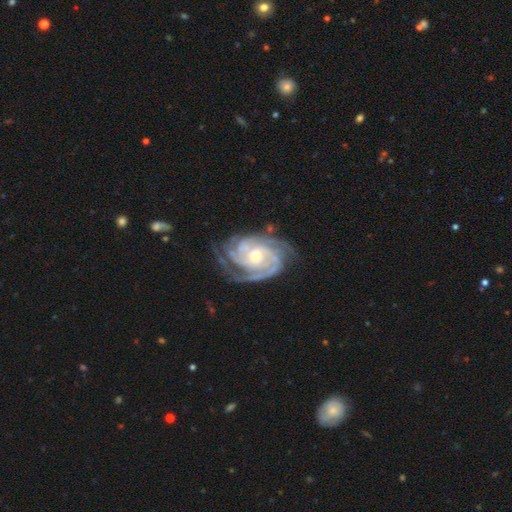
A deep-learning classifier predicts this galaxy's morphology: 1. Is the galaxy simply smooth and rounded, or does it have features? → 93% featured or disk, 4% star or artifact, 3% smooth.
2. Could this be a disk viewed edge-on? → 98% no, 2% yes.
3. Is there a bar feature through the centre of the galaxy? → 59% no, 32% weak, 10% strong.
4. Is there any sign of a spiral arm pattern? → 99% yes, 1% no.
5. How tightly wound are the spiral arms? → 70% tight, 26% medium, 3% loose.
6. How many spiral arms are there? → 38% 3, 21% 4, 15% 2, 14% can't tell, 7% more than 4, 6% 1.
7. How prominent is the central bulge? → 55% moderate, 39% small, 4% large, 2% none, 1% dominant.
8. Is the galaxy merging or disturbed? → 72% none, 18% minor disturbance, 8% major disturbance, 2% merger.